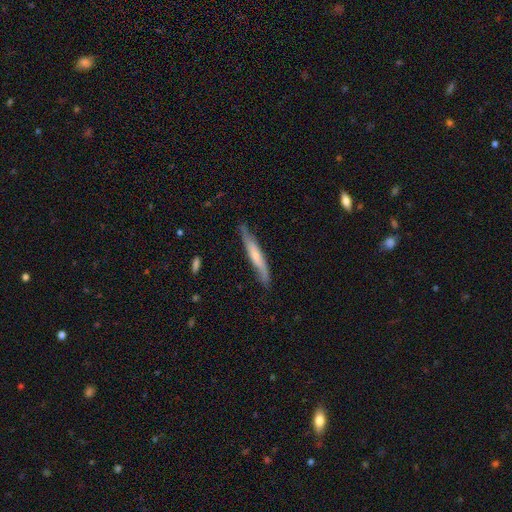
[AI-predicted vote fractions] The model was most divided on "smooth or featured": featured or disk: 52%, smooth: 42%, star or artifact: 5%. More confident: edge-on disk — yes (75%); merging — none (75%).